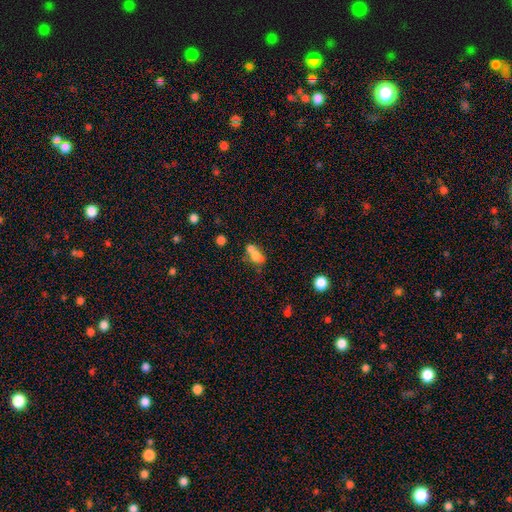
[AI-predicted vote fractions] This appears to be a smooth galaxy with no disk features (64%) that is in between round and cigar-shaped (56%). Merging: merger (59%).